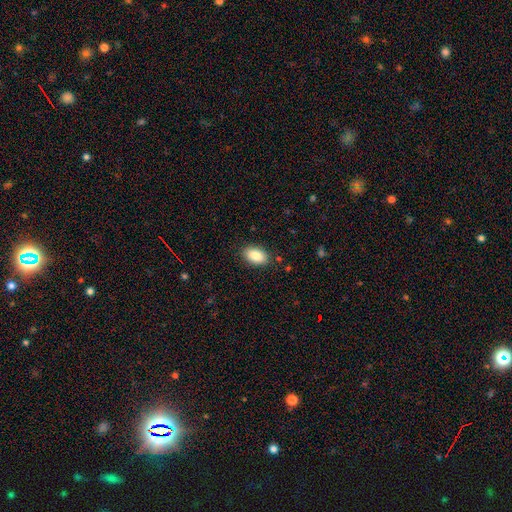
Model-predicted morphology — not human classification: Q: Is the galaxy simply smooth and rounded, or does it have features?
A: smooth — 87%.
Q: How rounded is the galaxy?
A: in between — 92%.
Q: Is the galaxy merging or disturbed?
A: none — 87%.